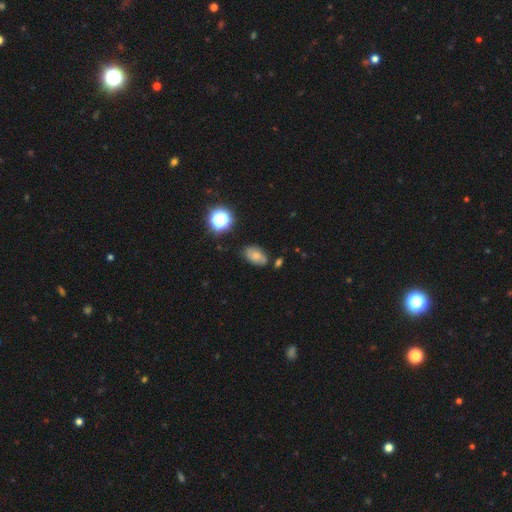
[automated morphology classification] type=smooth (65%); roundness=in between (88%); merging=none (73%).